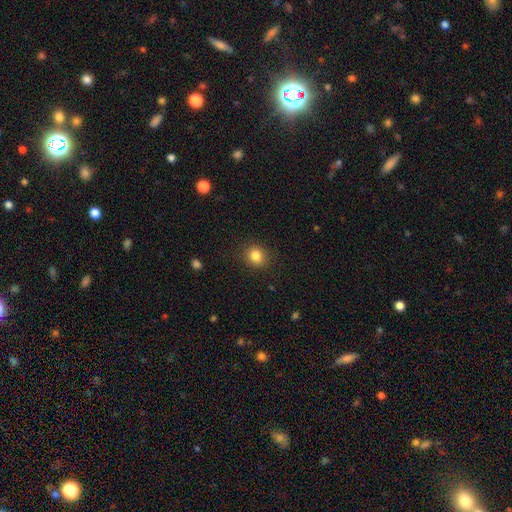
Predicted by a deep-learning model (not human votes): A smooth galaxy with no disk features (83%) that is round (75%).

Vote fractions:
- Smooth or featured? smooth: 83% / star or artifact: 11% / featured or disk: 6%
- How rounded? round: 75% / in between: 24% / cigar-shaped: 1%
- Merging? none: 88% / minor disturbance: 8% / major disturbance: 3% / merger: 1%